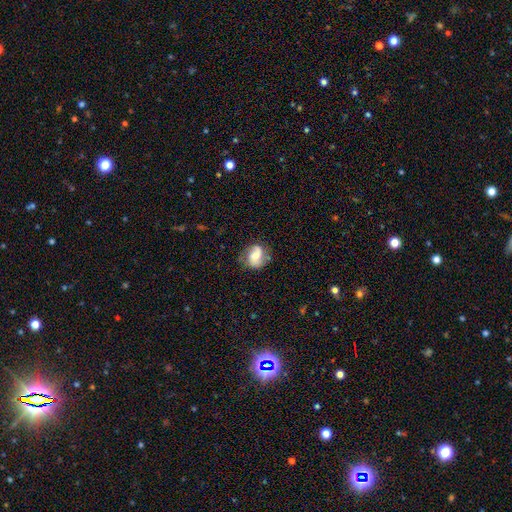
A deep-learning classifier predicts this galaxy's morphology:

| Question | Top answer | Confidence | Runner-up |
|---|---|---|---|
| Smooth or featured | featured or disk | 56% | smooth (36%) |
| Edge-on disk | no | 97% | yes (3%) |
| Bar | no | 52% | weak (35%) |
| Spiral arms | yes | 88% | no (12%) |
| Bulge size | moderate | 51% | small (30%) |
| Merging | none | 68% | minor disturbance (21%) |